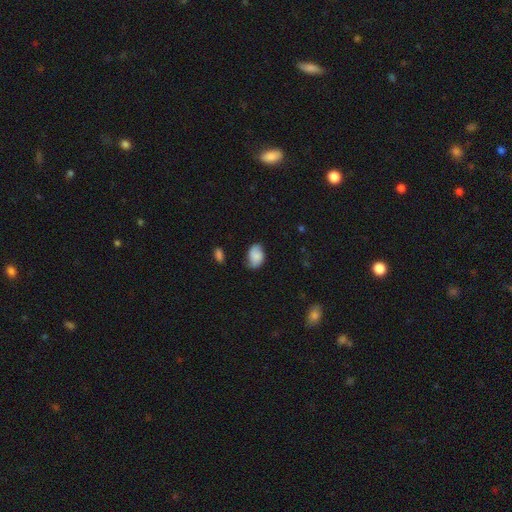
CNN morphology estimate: A smooth galaxy with no disk features (71%) that is in between round and cigar-shaped (84%).

Vote fractions:
- Smooth or featured? smooth: 71% / featured or disk: 21% / star or artifact: 8%
- How rounded? in between: 84% / round: 15% / cigar-shaped: 1%
- Merging? none: 60% / minor disturbance: 30% / major disturbance: 7% / merger: 2%